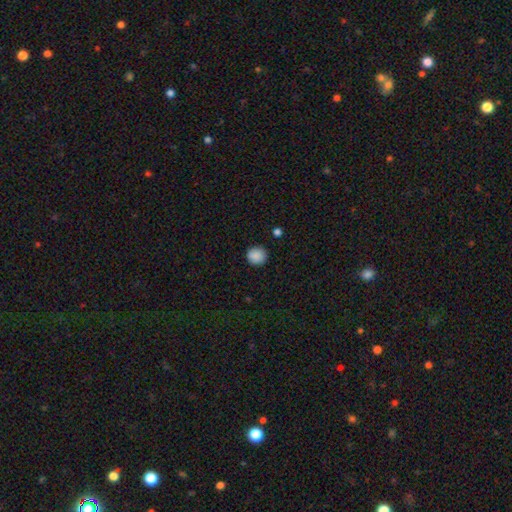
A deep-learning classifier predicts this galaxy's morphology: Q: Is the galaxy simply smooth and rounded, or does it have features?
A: smooth — 88%.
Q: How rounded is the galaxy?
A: round — 90%.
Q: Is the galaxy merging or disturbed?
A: none — 89%.